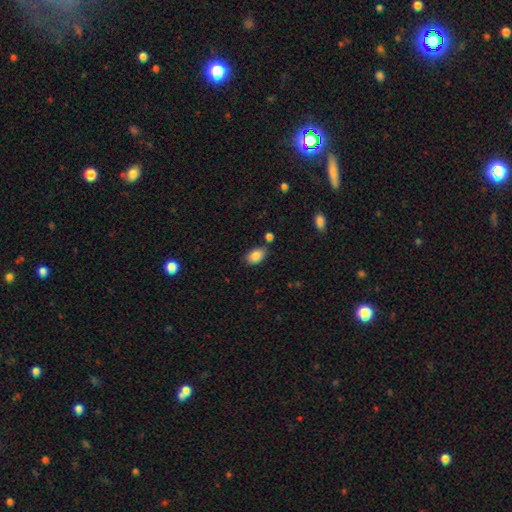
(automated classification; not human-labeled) smooth_or_featured: smooth (p=0.87) [alt: star or artifact p=0.07]
how_rounded: in between (p=0.91) [alt: round p=0.08]
merging: none (p=0.77) [alt: minor disturbance p=0.14]